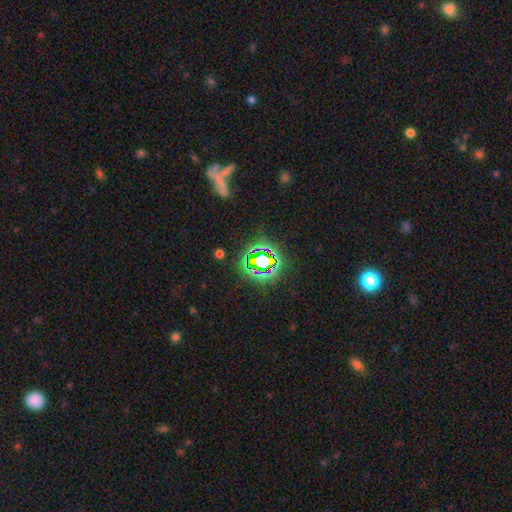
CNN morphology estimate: A star or artifact, not a galaxy (73%).